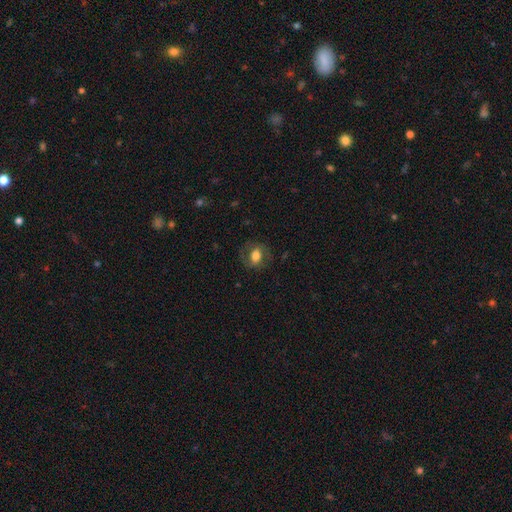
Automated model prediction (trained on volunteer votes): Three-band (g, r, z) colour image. It shows a smooth galaxy with no disk features (58%) that is in between round and cigar-shaped (66%). Merging: none (71%).